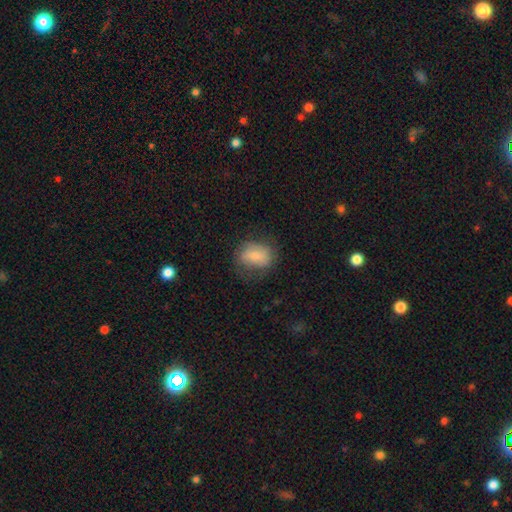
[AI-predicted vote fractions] The model was most divided on "how rounded": in between: 69%, round: 29%, cigar-shaped: 2%. More confident: smooth or featured — smooth (76%); merging — none (65%).